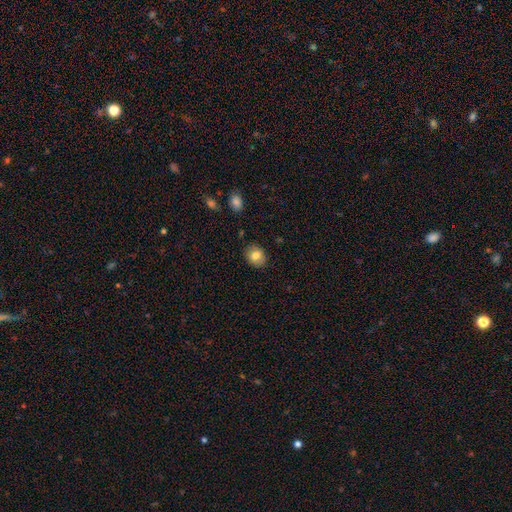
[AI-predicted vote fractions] smooth_or_featured: smooth (p=0.78) [alt: featured or disk p=0.13]
how_rounded: round (p=0.50) [alt: in between p=0.49]
merging: none (p=0.87) [alt: minor disturbance p=0.10]